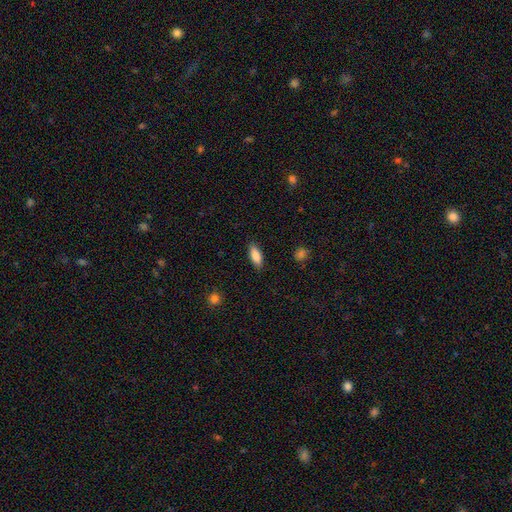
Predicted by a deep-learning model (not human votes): This appears to be a smooth galaxy with no disk features (85%) that is in between round and cigar-shaped (74%). Merging: none (86%).